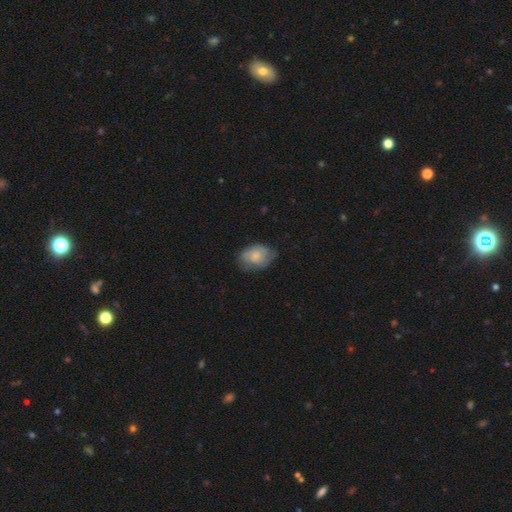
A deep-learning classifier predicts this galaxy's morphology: Smooth or featured? Predicted: smooth (p=0.60). How rounded? Predicted: in between (p=0.75). Merging? Predicted: none (p=0.60).